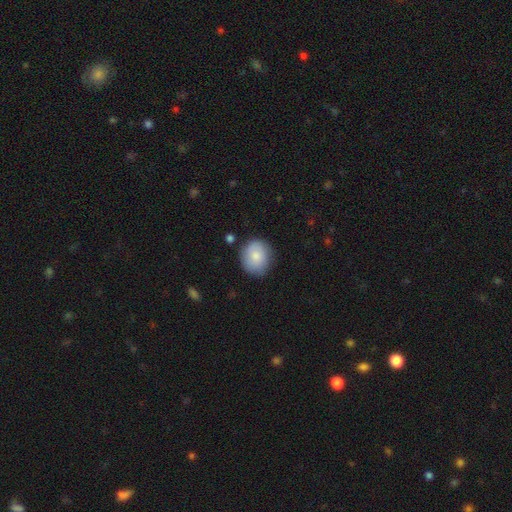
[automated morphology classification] Q: Smooth or featured?
A: smooth (82%); runner-up: featured or disk (11%)
Q: How rounded?
A: round (71%); runner-up: in between (28%)
Q: Merging?
A: none (81%); runner-up: minor disturbance (14%)